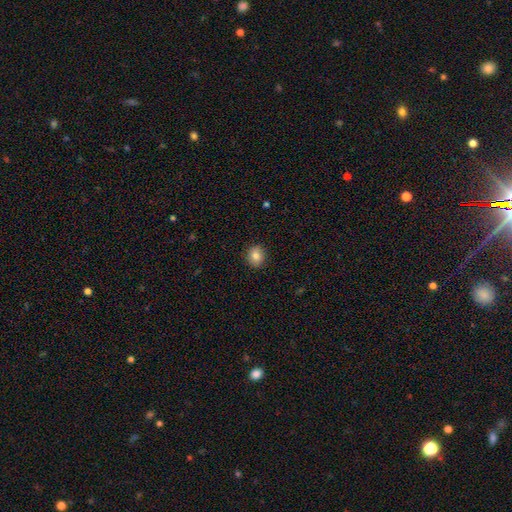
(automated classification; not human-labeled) Smooth or featured? smooth (82%)
How rounded? round (69%)
Merging? none (90%)